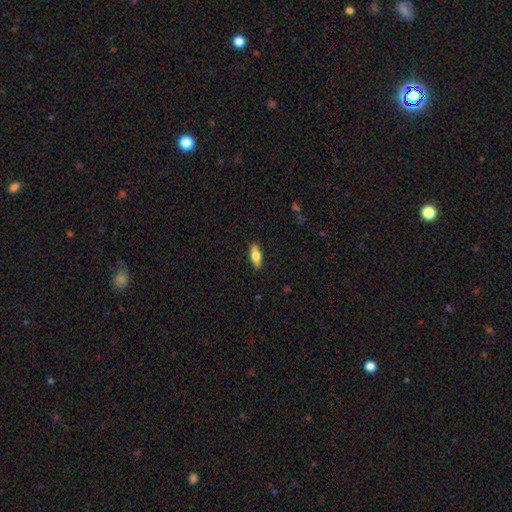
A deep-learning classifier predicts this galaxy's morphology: smooth_or_featured: smooth (p=0.77) [alt: featured or disk p=0.17]
how_rounded: in between (p=0.70) [alt: cigar-shaped p=0.28]
merging: none (p=0.89) [alt: minor disturbance p=0.08]